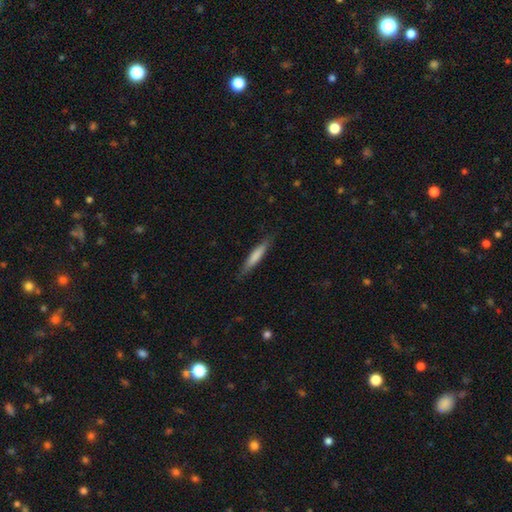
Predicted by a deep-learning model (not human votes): Overall: smooth (73%). How rounded: cigar-shaped (91%). Merging: none (85%).